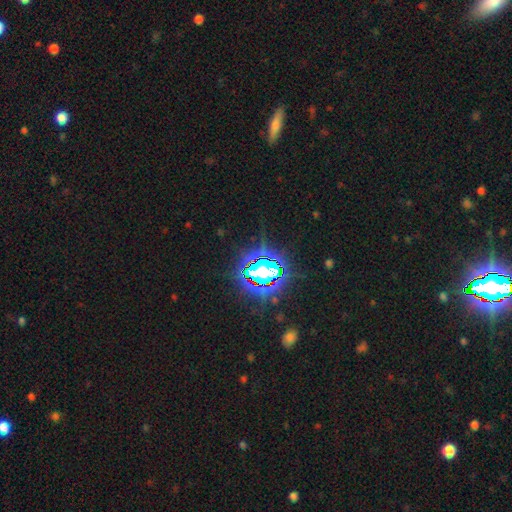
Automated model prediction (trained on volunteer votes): A star or artifact, not a galaxy (82%).